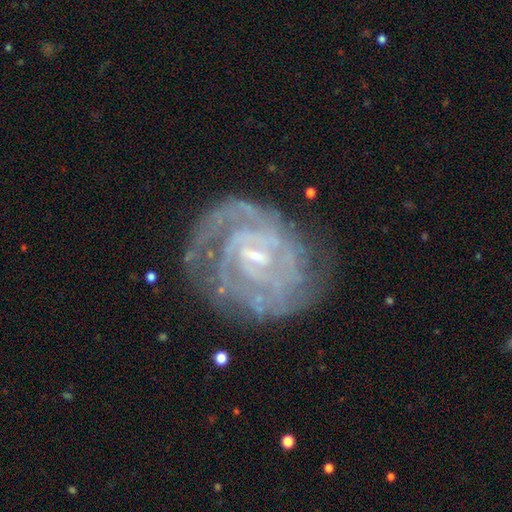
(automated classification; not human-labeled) Q: Smooth or featured?
A: featured or disk (88%); runner-up: star or artifact (6%)
Q: Edge-on disk?
A: no (97%); runner-up: yes (3%)
Q: Bar?
A: weak (55%); runner-up: no (23%)
Q: Spiral arms?
A: yes (96%); runner-up: no (4%)
Q: Spiral winding?
A: tight (75%); runner-up: medium (21%)
Q: Spiral arm count?
A: 2 (30%); tied with: can't tell (30%)
Q: Bulge size?
A: small (70%); runner-up: moderate (21%)
Q: Merging?
A: none (71%); runner-up: minor disturbance (18%)